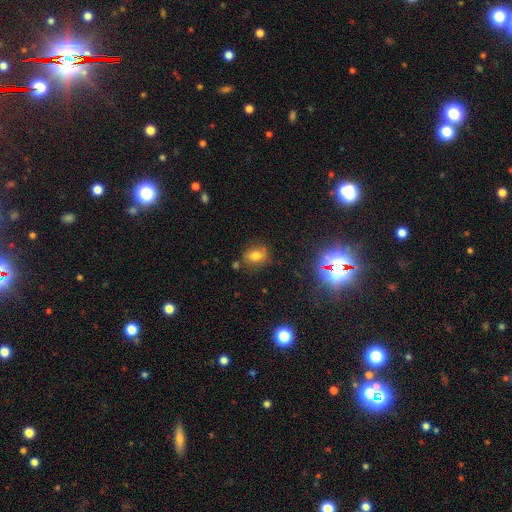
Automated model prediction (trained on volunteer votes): Smooth or featured? smooth (69%)
How rounded? in between (56%)
Merging? none (76%)